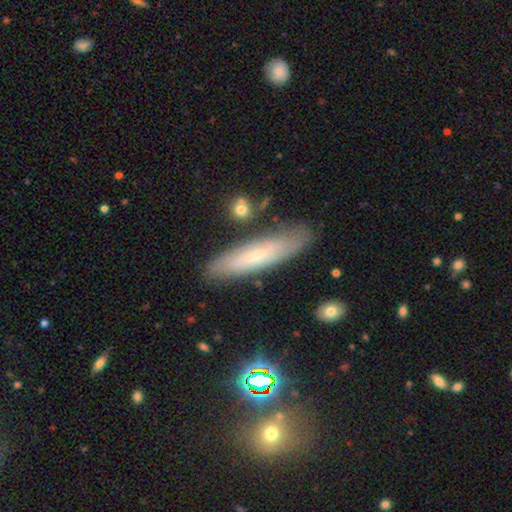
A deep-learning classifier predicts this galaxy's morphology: Overall: smooth (46%; featured or disk 45%). Merging: none (82%).